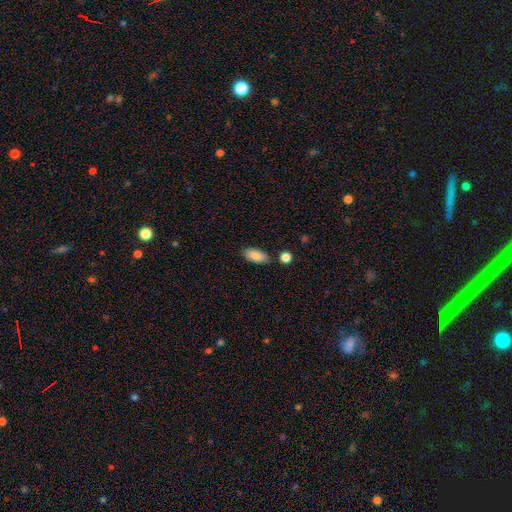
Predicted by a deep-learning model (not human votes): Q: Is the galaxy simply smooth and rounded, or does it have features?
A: smooth — 85%.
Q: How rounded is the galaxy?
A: in between — 90%.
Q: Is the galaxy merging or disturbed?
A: none — 82%.